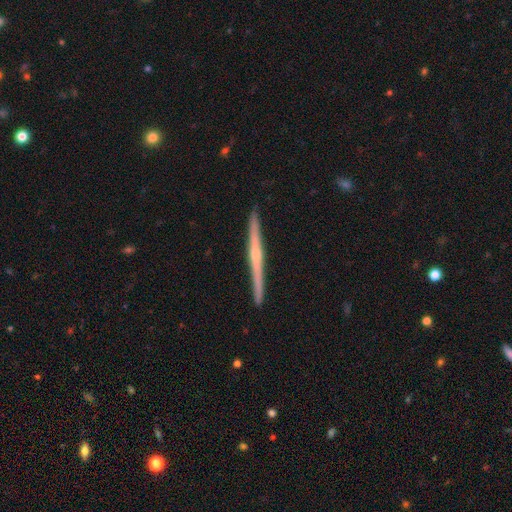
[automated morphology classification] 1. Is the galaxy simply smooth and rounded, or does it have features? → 74% featured or disk, 21% smooth, 5% star or artifact.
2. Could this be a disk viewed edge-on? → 98% yes, 2% no.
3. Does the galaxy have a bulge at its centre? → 54% rounded, 36% none, 10% boxy.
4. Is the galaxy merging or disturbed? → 92% none, 6% minor disturbance, 1% major disturbance, 1% merger.